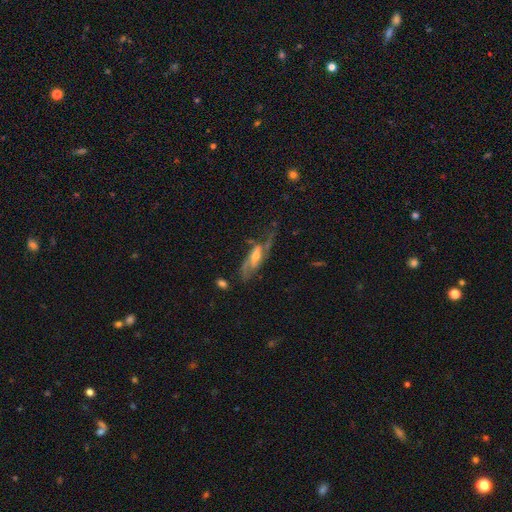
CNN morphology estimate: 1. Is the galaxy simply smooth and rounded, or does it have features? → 73% featured or disk, 20% smooth, 7% star or artifact.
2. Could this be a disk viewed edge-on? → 80% no, 20% yes.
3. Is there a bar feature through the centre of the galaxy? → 43% no, 38% weak, 19% strong.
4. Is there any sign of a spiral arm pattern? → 84% yes, 16% no.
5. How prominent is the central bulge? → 60% moderate, 29% small, 7% large, 3% none, 1% dominant.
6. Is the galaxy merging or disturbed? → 44% none, 27% major disturbance, 25% minor disturbance, 4% merger.